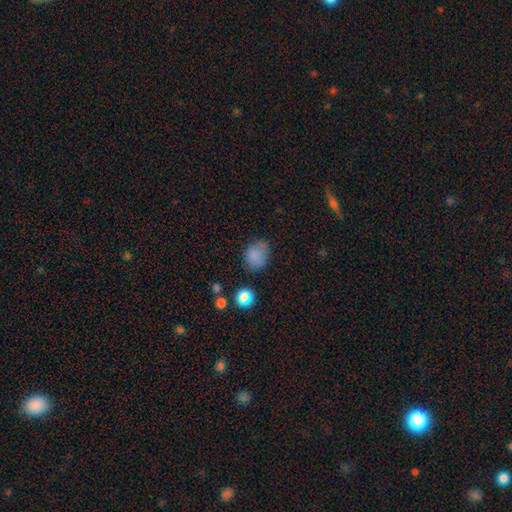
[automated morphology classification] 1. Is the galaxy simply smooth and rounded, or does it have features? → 80% smooth, 13% star or artifact, 7% featured or disk.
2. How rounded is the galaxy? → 52% in between, 47% round, 1% cigar-shaped.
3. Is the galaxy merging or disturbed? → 66% none, 23% minor disturbance, 7% major disturbance, 4% merger.